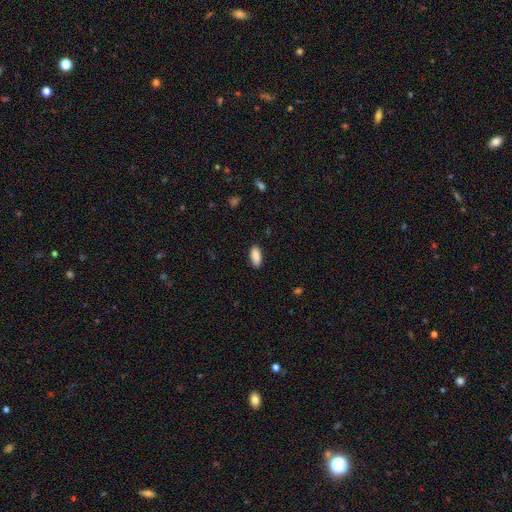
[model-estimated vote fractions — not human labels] This appears to be a smooth galaxy with no disk features (89%) that is in between round and cigar-shaped (87%). Merging: none (88%).